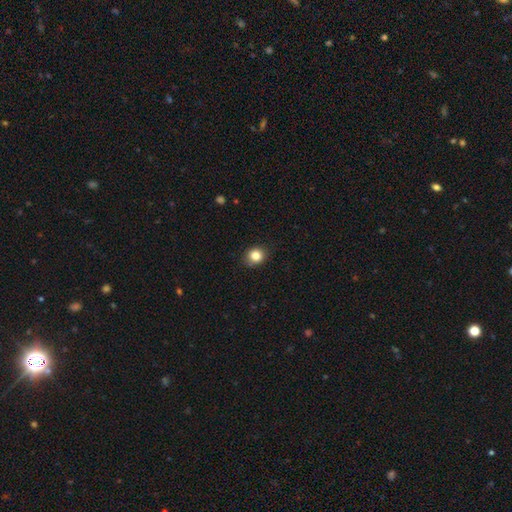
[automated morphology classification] Smooth or featured: smooth — 84% (star or artifact — 11%)
How rounded: round — 75% (in between — 24%)
Merging: none — 86% (minor disturbance — 11%)